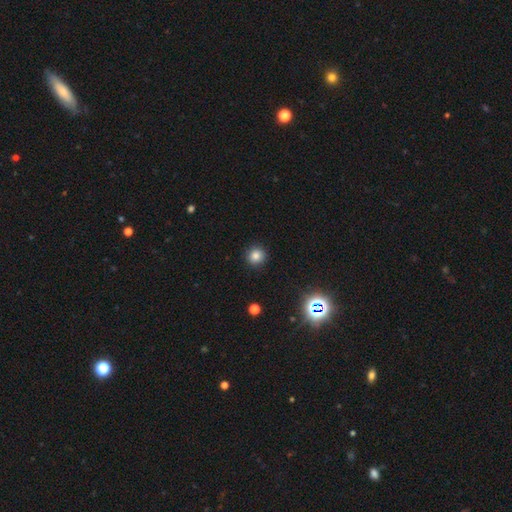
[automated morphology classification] Smooth or featured: smooth — 82% (star or artifact — 13%)
How rounded: round — 92% (in between — 7%)
Merging: none — 91% (minor disturbance — 6%)